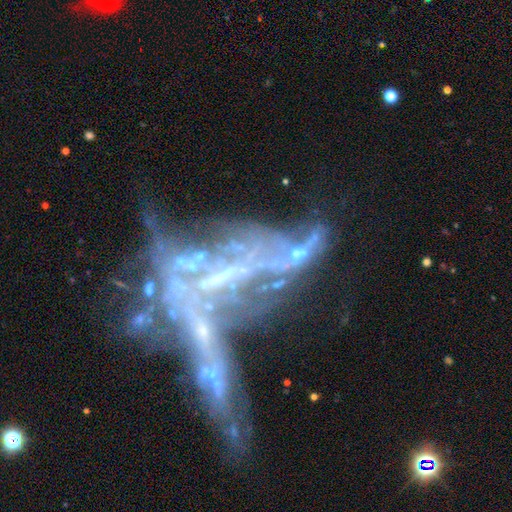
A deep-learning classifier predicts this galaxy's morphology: Smooth or featured: featured or disk — 64% (star or artifact — 25%)
Edge-on disk: no — 91% (yes — 9%)
Bar: no — 62% (strong — 20%)
Spiral arms: no — 68% (yes — 32%)
Bulge size: none — 65% (small — 19%)
Merging: merger — 37% (major disturbance — 33%)